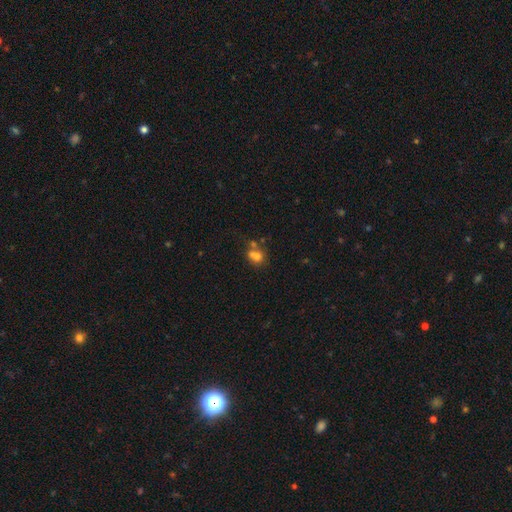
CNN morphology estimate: Smooth or featured? Predicted: smooth (p=0.67). How rounded? Predicted: round (p=0.59). Merging? Predicted: merger (p=0.51).